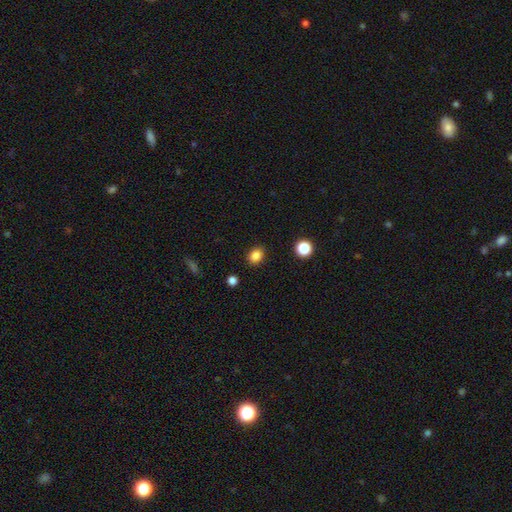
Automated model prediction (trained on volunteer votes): smooth 85%, star or artifact 11%, featured or disk 4%. Down the decision tree: how rounded — in between (53%); merging — none (88%).